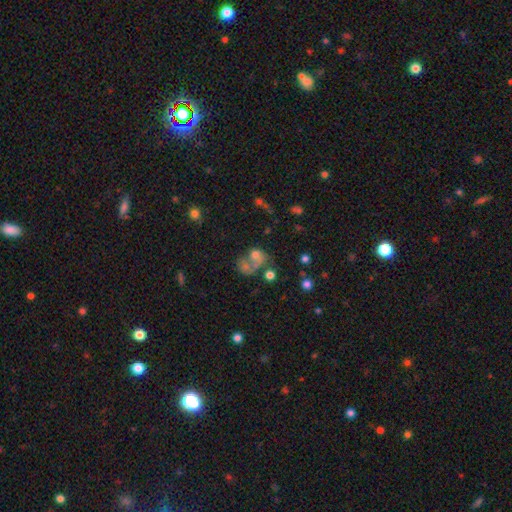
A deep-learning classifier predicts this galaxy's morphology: This is possibly a smooth galaxy (50%). Merging: possibly merger (47%).